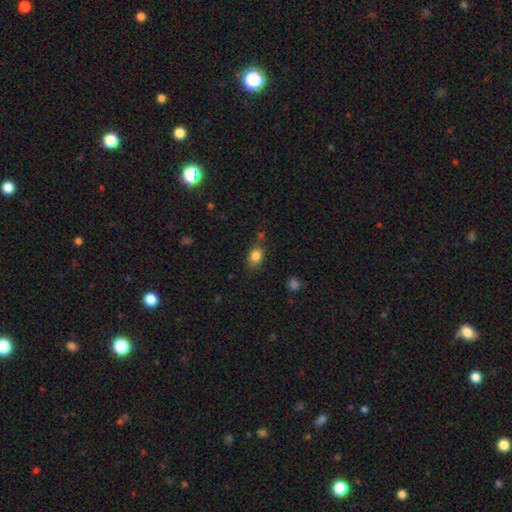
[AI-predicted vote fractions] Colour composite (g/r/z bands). It shows a smooth galaxy with no disk features (84%) that is in between round and cigar-shaped (64%). Merging: none (73%).